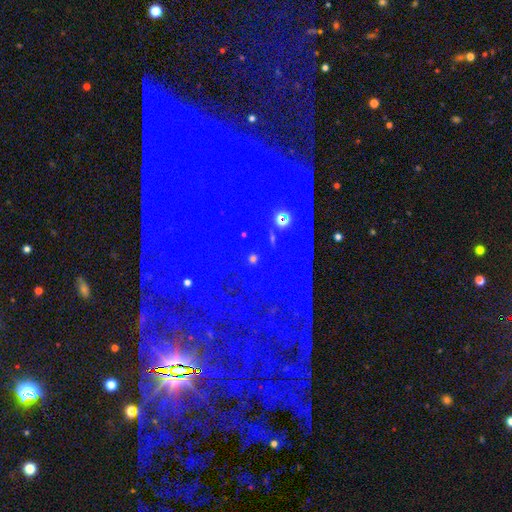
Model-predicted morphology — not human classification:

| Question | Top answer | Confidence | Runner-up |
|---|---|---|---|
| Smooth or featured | star or artifact | 79% | featured or disk (12%) |